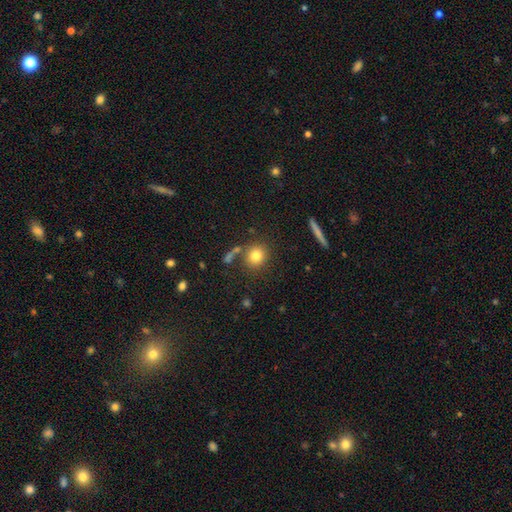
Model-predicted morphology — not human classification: The model was most divided on "how rounded": round: 81%, in between: 17%, cigar-shaped: 2%. More confident: smooth or featured — smooth (79%); merging — none (75%).